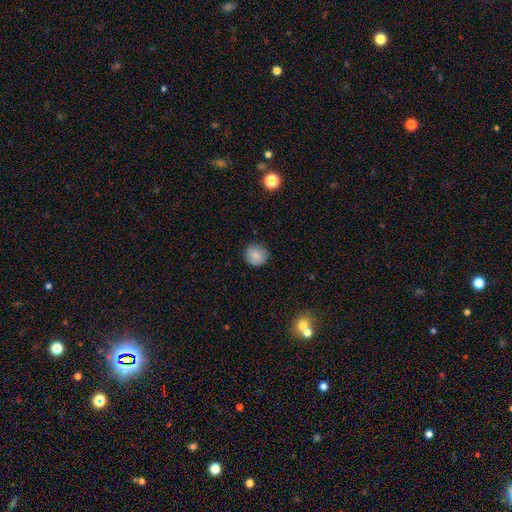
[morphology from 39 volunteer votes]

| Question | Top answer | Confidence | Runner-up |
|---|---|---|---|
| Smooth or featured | smooth | 82% | star or artifact (10%) |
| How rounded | round | 84% | in between (16%) |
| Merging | none | 83% | minor disturbance (14%) |